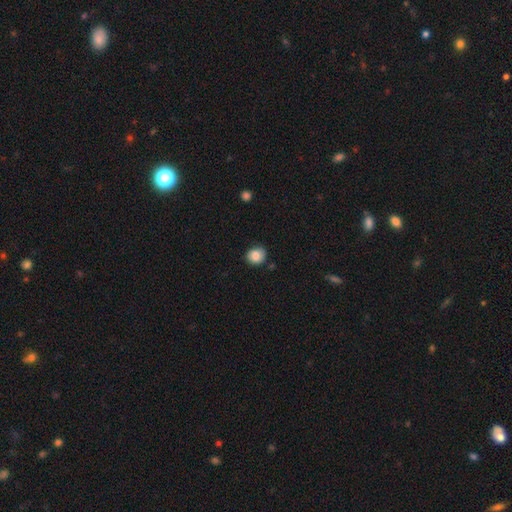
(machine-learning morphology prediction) This appears to be a smooth galaxy with no disk features (83%) that is round (75%). Merging: none (79%).